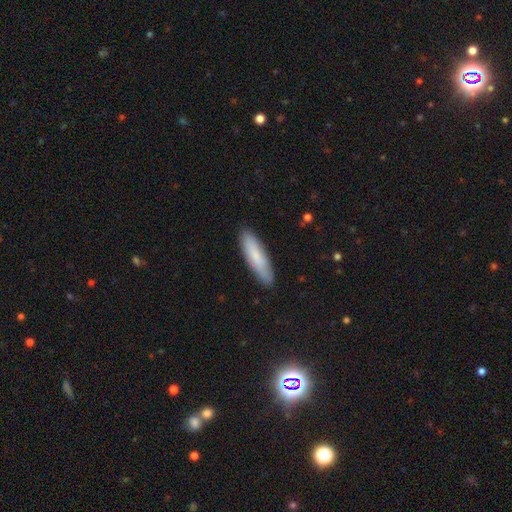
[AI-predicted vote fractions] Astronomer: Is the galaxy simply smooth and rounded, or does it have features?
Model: smooth — 77%.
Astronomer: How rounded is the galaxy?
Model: cigar-shaped — 73%.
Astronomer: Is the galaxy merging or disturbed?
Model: none — 88%.